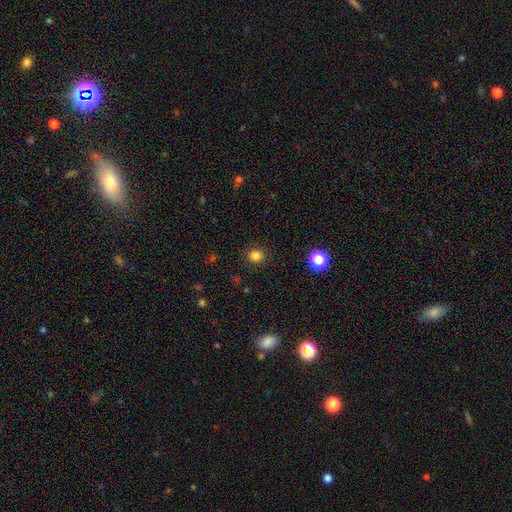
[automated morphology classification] smooth 82%, star or artifact 14%, featured or disk 4%. Down the decision tree: how rounded — round (80%); merging — none (89%).